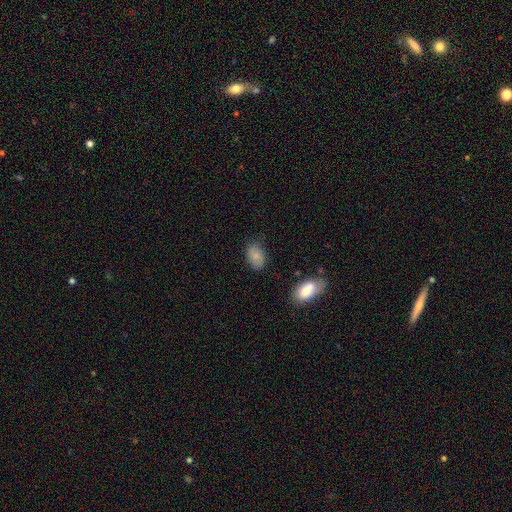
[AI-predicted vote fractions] A smooth galaxy with no disk features (82%) that is in between round and cigar-shaped (89%).

Vote fractions:
- Smooth or featured? smooth: 82% / featured or disk: 9% / star or artifact: 9%
- How rounded? in between: 89% / round: 10% / cigar-shaped: 1%
- Merging? none: 75% / minor disturbance: 19% / major disturbance: 4% / merger: 3%